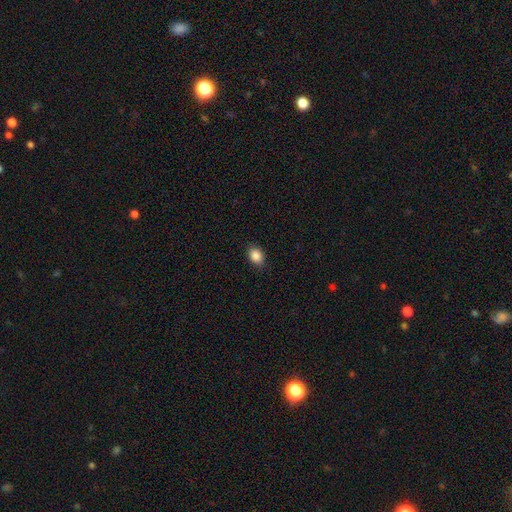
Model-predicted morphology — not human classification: Smooth or featured: smooth — 88% (star or artifact — 9%)
How rounded: in between — 71% (round — 28%)
Merging: none — 88% (minor disturbance — 9%)